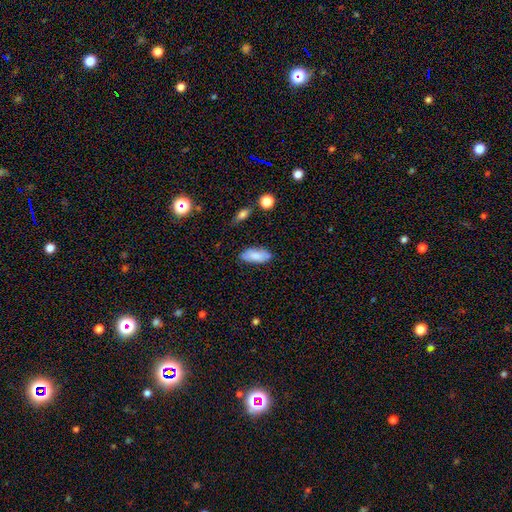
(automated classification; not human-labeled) A smooth galaxy with no disk features (82%) that is in between round and cigar-shaped (86%).

Vote fractions:
- Smooth or featured? smooth: 82% / featured or disk: 11% / star or artifact: 7%
- How rounded? in between: 86% / cigar-shaped: 12% / round: 2%
- Merging? none: 78% / minor disturbance: 16% / major disturbance: 3% / merger: 3%